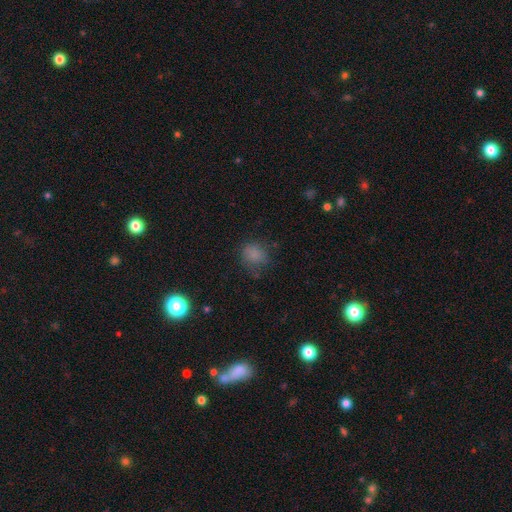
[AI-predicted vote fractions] smooth_or_featured: smooth (p=0.78) [alt: star or artifact p=0.14]
how_rounded: round (p=0.73) [alt: in between p=0.26]
merging: none (p=0.69) [alt: minor disturbance p=0.21]